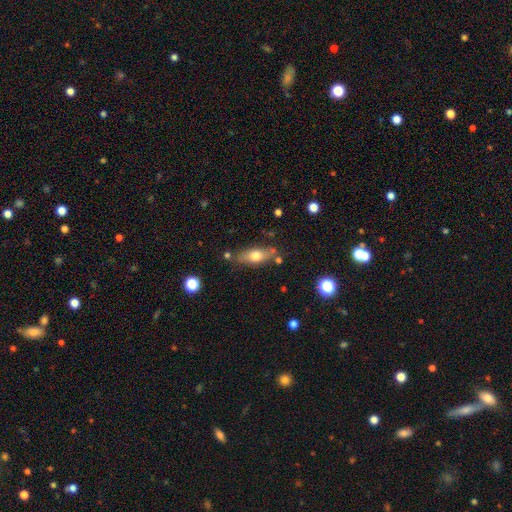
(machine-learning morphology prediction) Smooth or featured? Predicted: smooth (p=0.63). How rounded? Predicted: in between (p=0.69). Merging? Predicted: none (p=0.72).